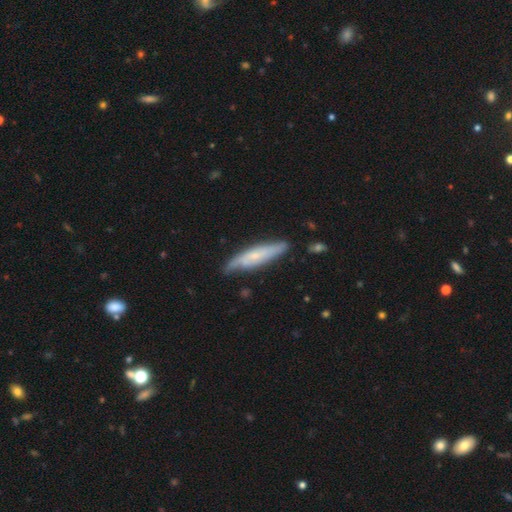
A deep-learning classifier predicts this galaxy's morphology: featured or disk 50%, smooth 44%, star or artifact 6%. Down the decision tree: edge-on disk — yes (58%); merging — none (71%).